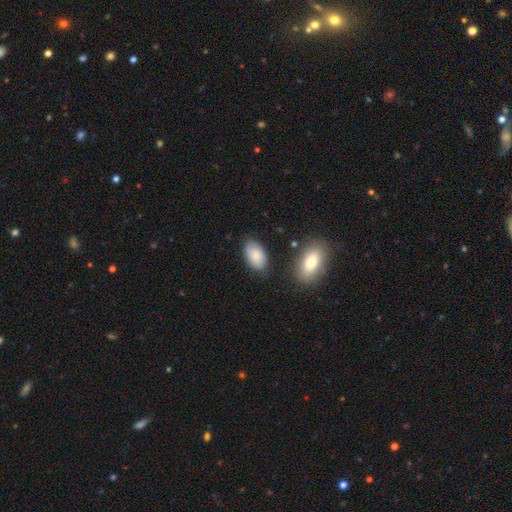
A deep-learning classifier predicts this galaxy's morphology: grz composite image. It shows a smooth galaxy with no disk features (78%) that is in between round and cigar-shaped (93%). Merging: none (76%).